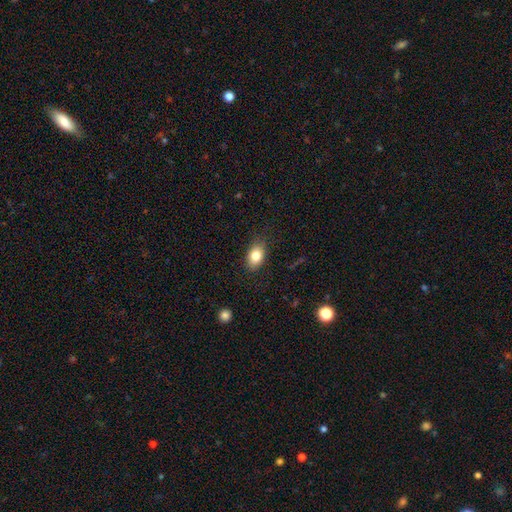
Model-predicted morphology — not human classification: Overall: smooth (81%). How rounded: in between (83%). Merging: none (82%).